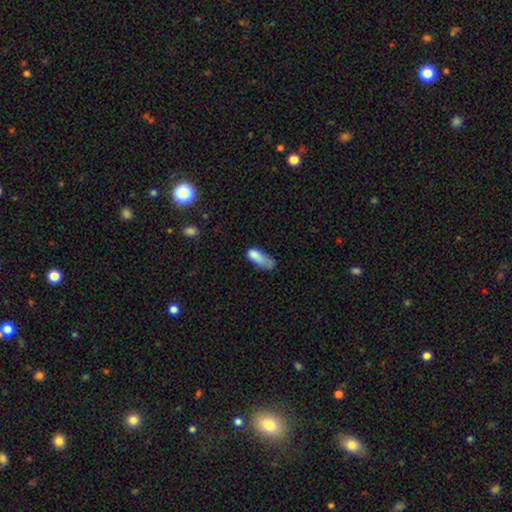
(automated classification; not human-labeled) Q: Smooth or featured?
A: smooth (77%); runner-up: featured or disk (13%)
Q: How rounded?
A: in between (73%); runner-up: cigar-shaped (24%)
Q: Merging?
A: major disturbance (35%); runner-up: minor disturbance (34%)